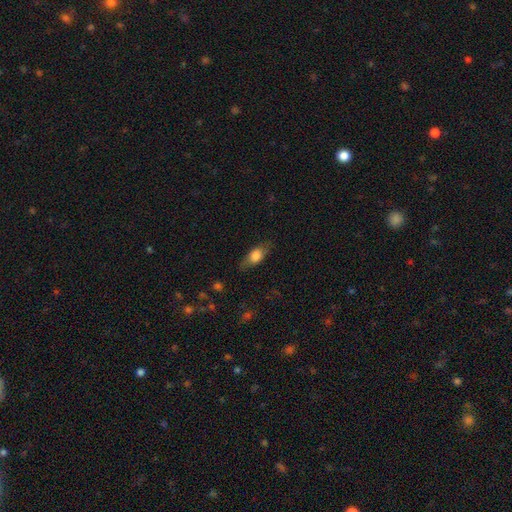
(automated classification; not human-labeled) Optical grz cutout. It shows a smooth galaxy with no disk features (71%) that is in between round and cigar-shaped (76%). Merging: none (76%).